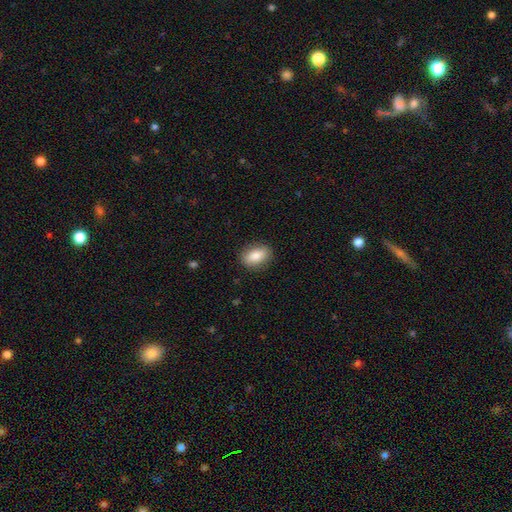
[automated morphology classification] type=smooth (81%); roundness=in between (84%); merging=none (87%).